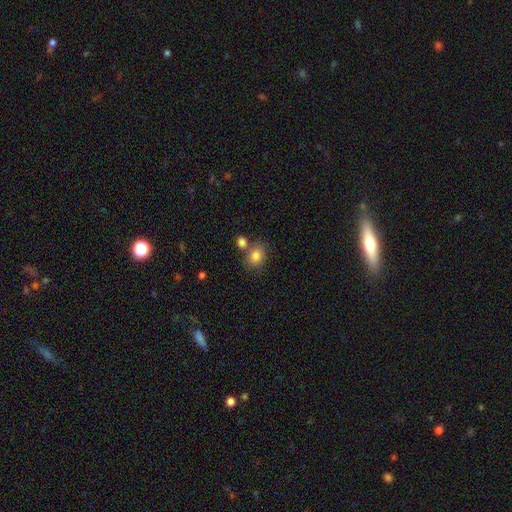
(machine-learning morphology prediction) Q: Smooth or featured?
A: smooth (82%); runner-up: star or artifact (9%)
Q: How rounded?
A: in between (58%); runner-up: round (41%)
Q: Merging?
A: none (60%); runner-up: merger (22%)